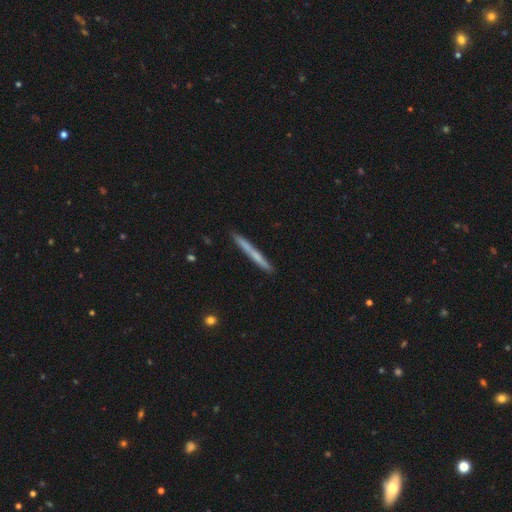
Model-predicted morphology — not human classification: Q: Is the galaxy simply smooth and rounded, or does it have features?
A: smooth — 53%.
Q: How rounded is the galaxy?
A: cigar-shaped — 97%.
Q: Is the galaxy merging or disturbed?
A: none — 90%.